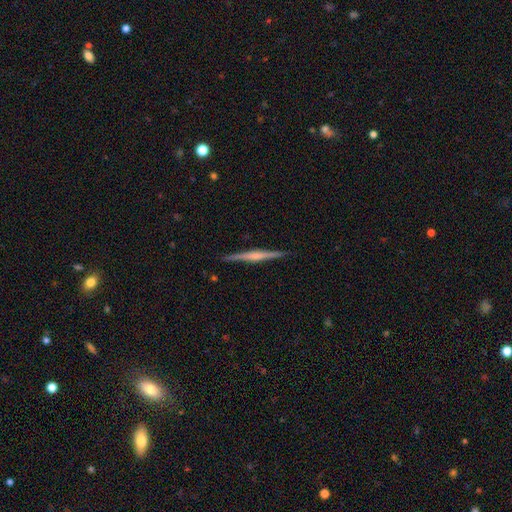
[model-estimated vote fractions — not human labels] This is likely a featured or disk galaxy (75%). It is clearly viewed edge-on (98%). Edge-on bulge: possibly rounded (55%). Merging: clearly none (91%).